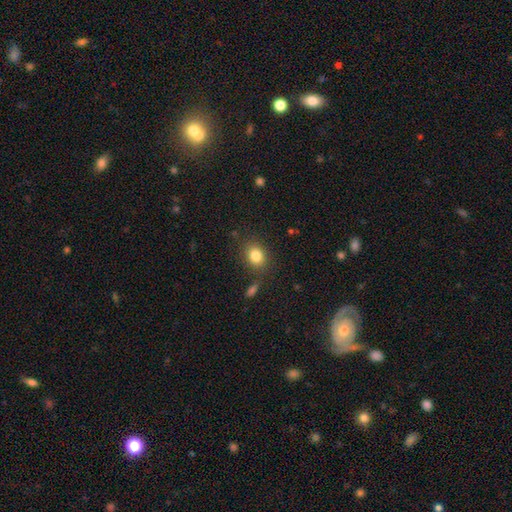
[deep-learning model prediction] smooth-or-featured: smooth: 82% | star or artifact: 10% | featured or disk: 8%
  how-rounded: round: 50% | in between: 49% | cigar-shaped: 1%
  merging: none: 82% | minor disturbance: 11% | merger: 4% | major disturbance: 4%